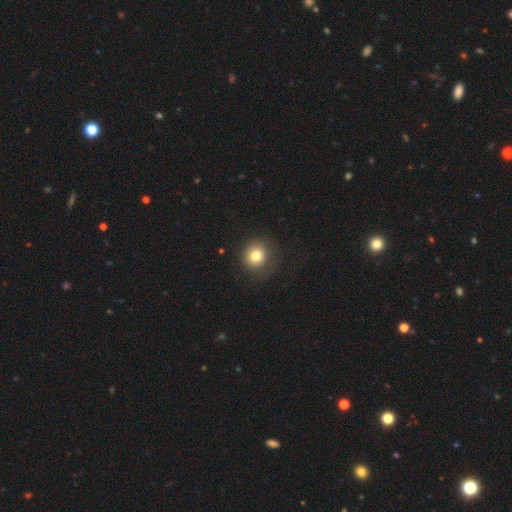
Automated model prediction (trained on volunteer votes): This is likely a smooth galaxy (78%). How rounded: clearly round (89%). Merging: likely none (79%).